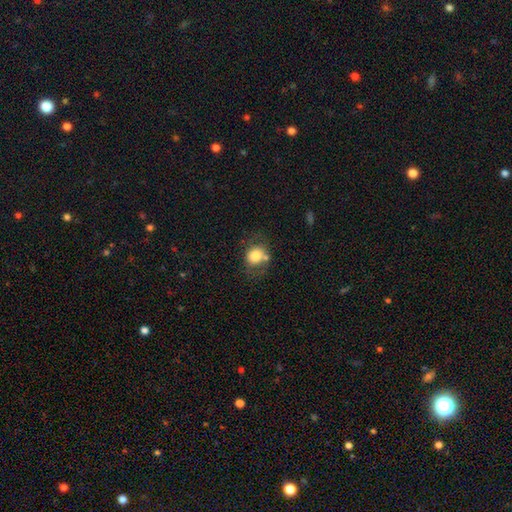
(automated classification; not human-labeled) A smooth galaxy with no disk features (75%) that is round (63%).

Vote fractions:
- Smooth or featured? smooth: 75% / featured or disk: 16% / star or artifact: 9%
- How rounded? round: 63% / in between: 36% / cigar-shaped: 1%
- Merging? none: 54% / minor disturbance: 20% / merger: 18% / major disturbance: 9%